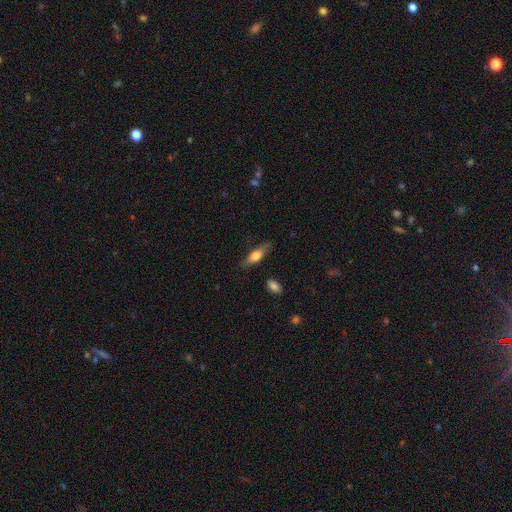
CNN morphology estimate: Overall: smooth (58%; featured or disk 36%). How rounded: cigar-shaped (50%; in between 47%). Merging: none (79%).